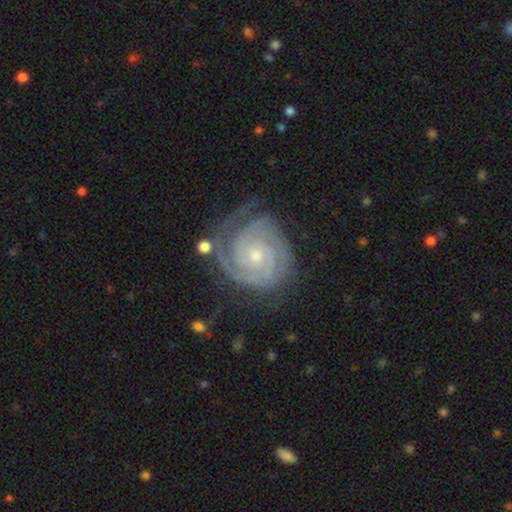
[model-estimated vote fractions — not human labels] Smooth or featured?
  - featured or disk: 92% *
  - star or artifact: 5%
  - smooth: 4%
Edge-on disk?
  - no: 98% *
  - yes: 2%
Bar?
  - no: 73% *
  - weak: 20%
  - strong: 7%
Spiral arms?
  - yes: 98% *
  - no: 2%
Spiral winding?
  - tight: 84% *
  - medium: 14%
  - loose: 2%
Spiral arm count?
  - 2: 47% *
  - 3: 29%
  - can't tell: 10%
  - 4: 7%
  - 1: 4%
  - more than 4: 4%
Bulge size?
  - small: 62% *
  - moderate: 35%
  - none: 1%
  - large: 1%
  - dominant: 1%
Merging?
  - none: 70% *
  - minor disturbance: 20%
  - major disturbance: 7%
  - merger: 3%